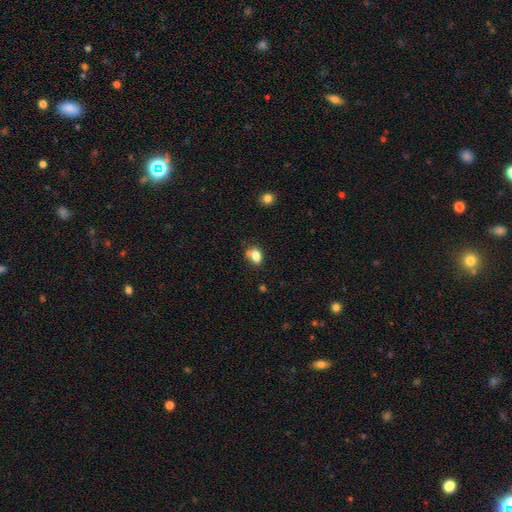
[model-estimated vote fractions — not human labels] A smooth galaxy with no disk features (78%) that is in between round and cigar-shaped (75%).

Vote fractions:
- Smooth or featured? smooth: 78% / featured or disk: 11% / star or artifact: 11%
- How rounded? in between: 75% / round: 23% / cigar-shaped: 2%
- Merging? none: 52% / merger: 21% / minor disturbance: 20% / major disturbance: 6%